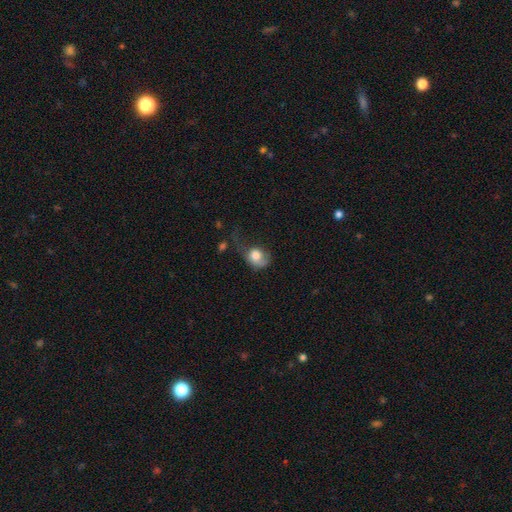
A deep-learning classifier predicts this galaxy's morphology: smooth_or_featured: smooth (p=0.74) [alt: featured or disk p=0.17]
how_rounded: round (p=0.54) [alt: in between p=0.45]
merging: major disturbance (p=0.49) [alt: minor disturbance p=0.25]